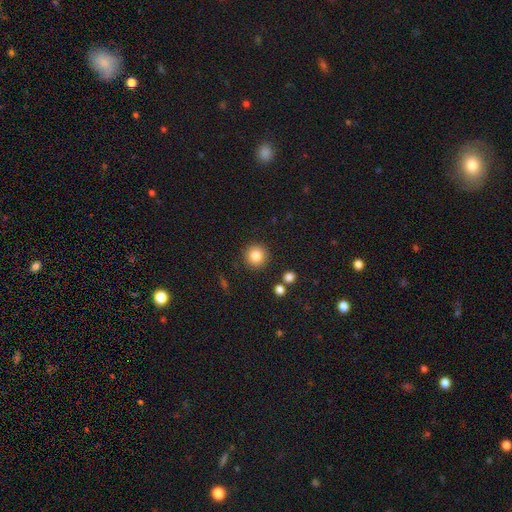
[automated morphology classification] type=smooth (84%); roundness=round (94%); merging=none (90%).